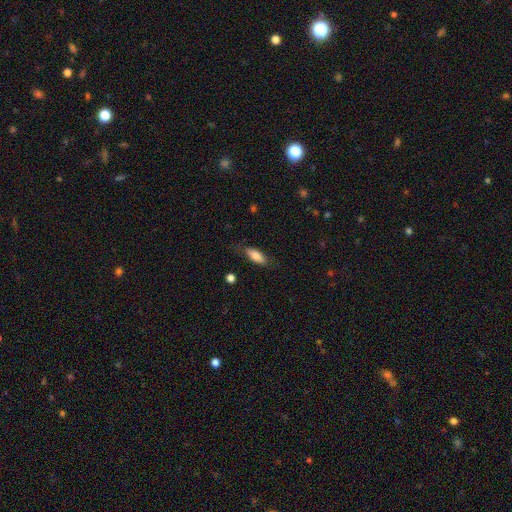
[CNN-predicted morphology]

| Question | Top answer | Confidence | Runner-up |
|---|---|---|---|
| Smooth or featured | smooth | 80% | featured or disk (14%) |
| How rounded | in between | 73% | cigar-shaped (25%) |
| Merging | none | 73% | minor disturbance (20%) |